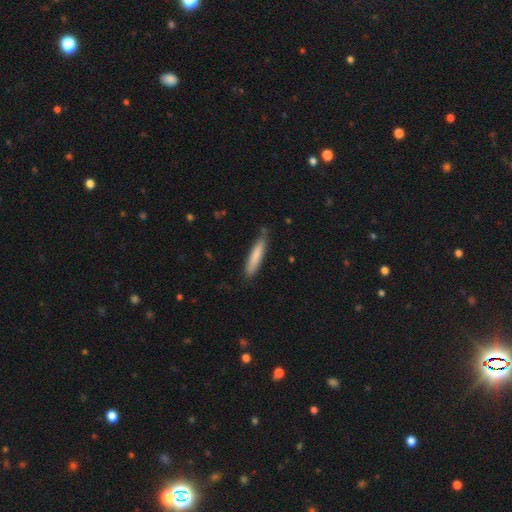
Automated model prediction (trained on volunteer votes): smooth-or-featured: smooth: 80% | featured or disk: 14% | star or artifact: 5%
  how-rounded: cigar-shaped: 86% | in between: 12% | round: 1%
  merging: none: 79% | minor disturbance: 17% | major disturbance: 3% | merger: 2%